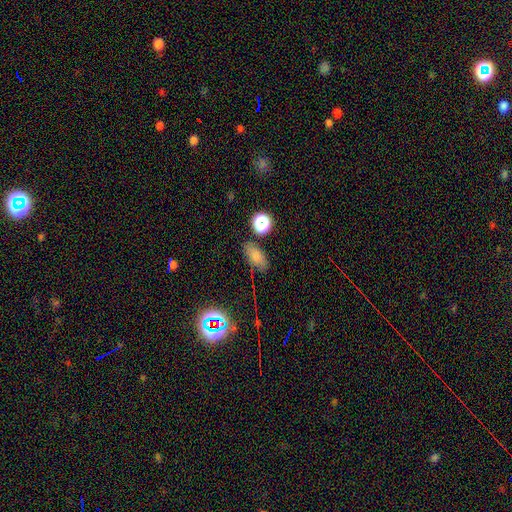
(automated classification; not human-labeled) smooth_or_featured: smooth (p=0.75) [alt: star or artifact p=0.15]
how_rounded: in between (p=0.86) [alt: round p=0.09]
merging: none (p=0.76) [alt: minor disturbance p=0.15]